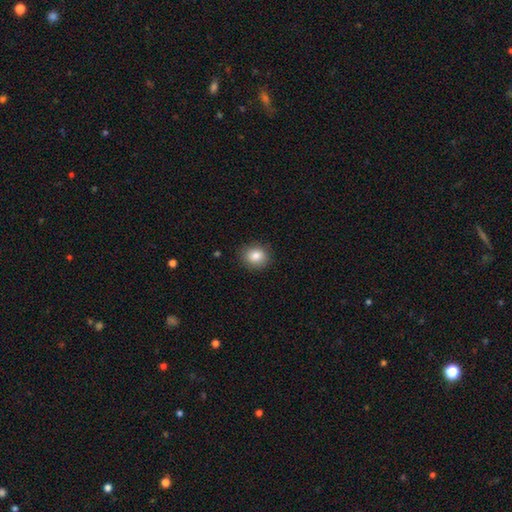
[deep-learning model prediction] Smooth or featured: smooth — 84% (star or artifact — 9%)
How rounded: round — 75% (in between — 24%)
Merging: none — 88% (minor disturbance — 9%)